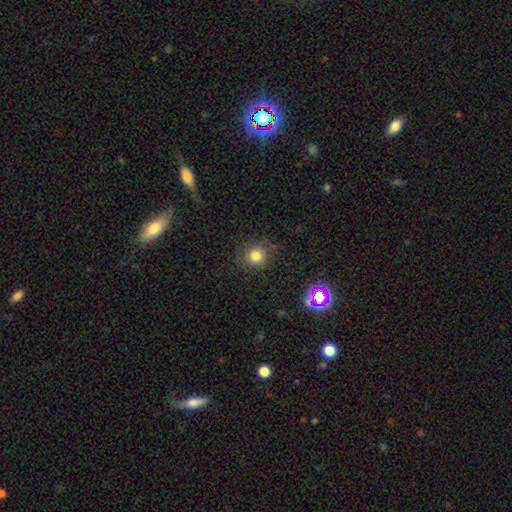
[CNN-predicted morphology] smooth-or-featured: smooth: 78% | star or artifact: 15% | featured or disk: 7%
  how-rounded: round: 91% | in between: 8% | cigar-shaped: 1%
  merging: none: 83% | minor disturbance: 11% | major disturbance: 4% | merger: 2%